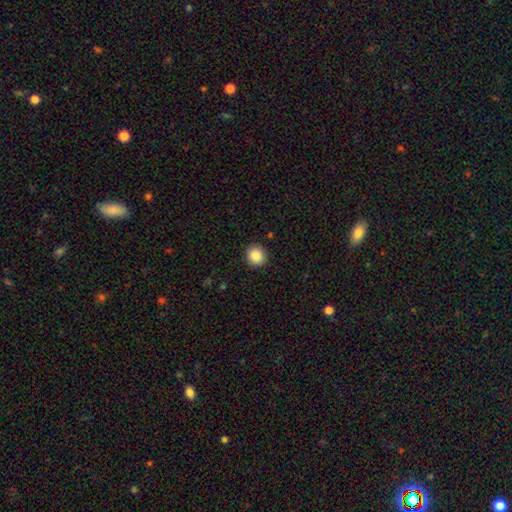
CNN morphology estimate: A smooth galaxy with no disk features (87%) that is round (88%).

Vote fractions:
- Smooth or featured? smooth: 87% / star or artifact: 9% / featured or disk: 4%
- How rounded? round: 88% / in between: 12% / cigar-shaped: 1%
- Merging? none: 91% / minor disturbance: 6% / major disturbance: 2% / merger: 1%